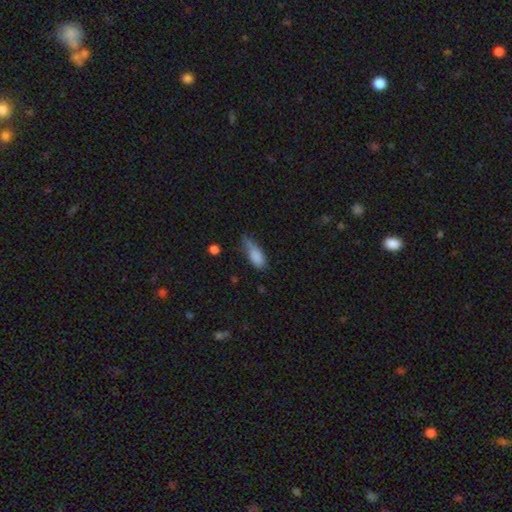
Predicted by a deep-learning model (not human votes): Smooth or featured? Predicted: smooth (p=0.84). How rounded? Predicted: in between (p=0.74). Merging? Predicted: minor disturbance (p=0.46).